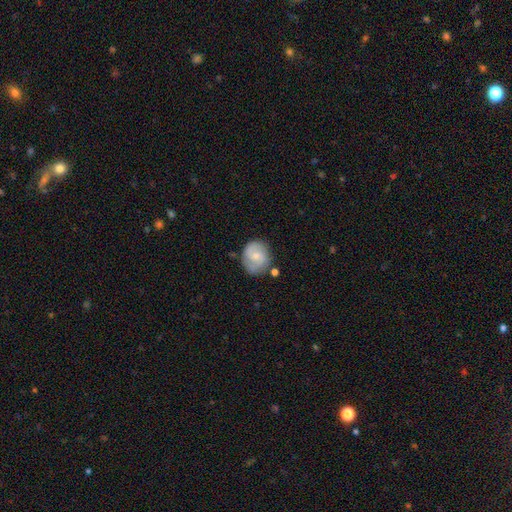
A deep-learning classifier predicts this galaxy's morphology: The model was most divided on "smooth or featured": featured or disk: 47%, smooth: 46%, star or artifact: 7%. More confident: merging — none (65%).